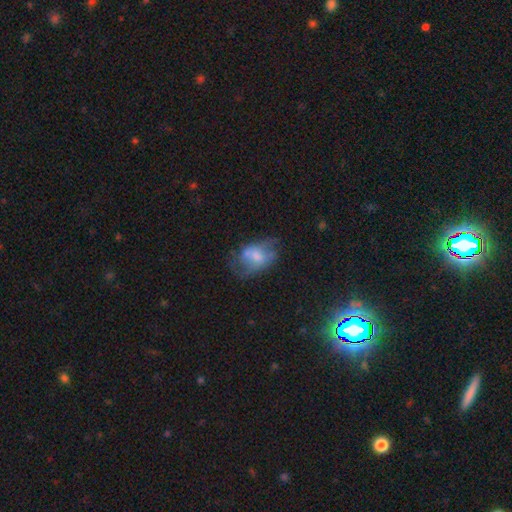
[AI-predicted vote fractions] This appears to be a smooth galaxy with no disk features (49%). Merging: none (36%).